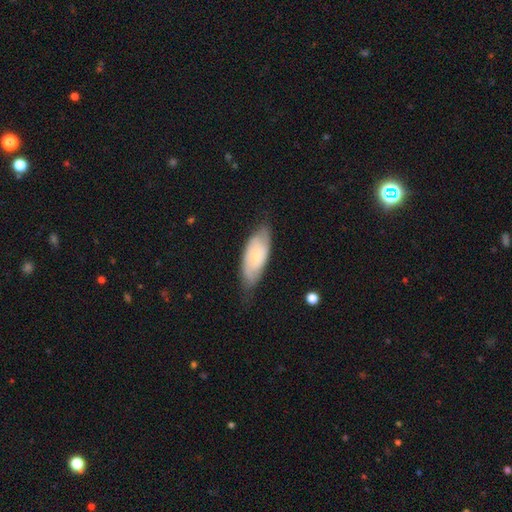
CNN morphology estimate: This is possibly a featured or disk galaxy (52%). It is clearly not viewed edge-on (87%). Merging: likely none (66%).